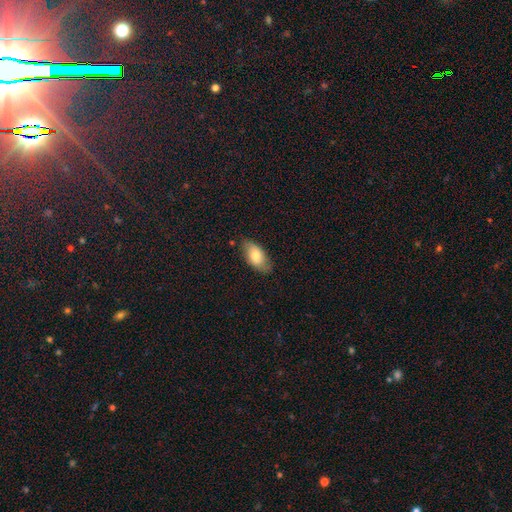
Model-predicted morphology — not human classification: Smooth or featured? Predicted: smooth (p=0.79). How rounded? Predicted: in between (p=0.92). Merging? Predicted: none (p=0.77).